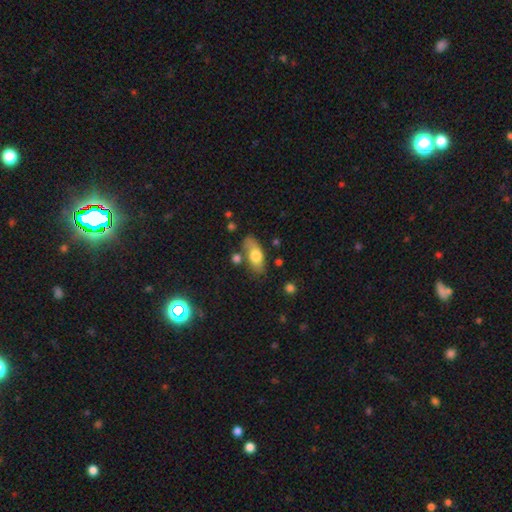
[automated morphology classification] Smooth or featured? Predicted: smooth (p=0.69). How rounded? Predicted: in between (p=0.84). Merging? Predicted: none (p=0.67).